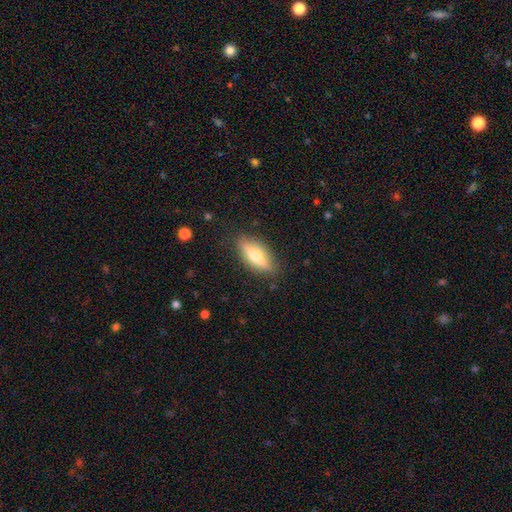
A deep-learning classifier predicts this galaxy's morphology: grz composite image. It shows a smooth galaxy with no disk features (49%). Merging: none (84%).